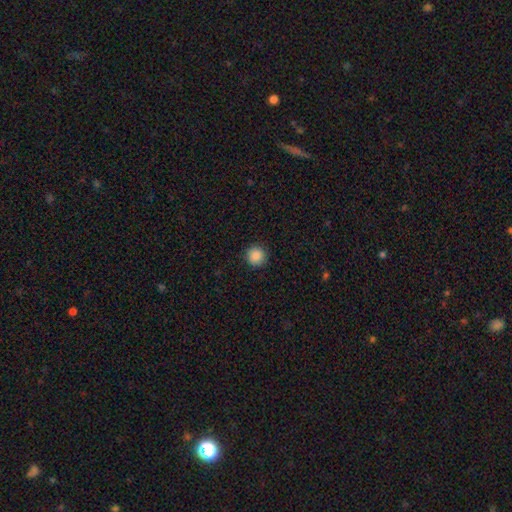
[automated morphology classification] smooth_or_featured: smooth (p=0.88) [alt: star or artifact p=0.09]
how_rounded: round (p=0.95) [alt: in between p=0.04]
merging: none (p=0.92) [alt: minor disturbance p=0.05]